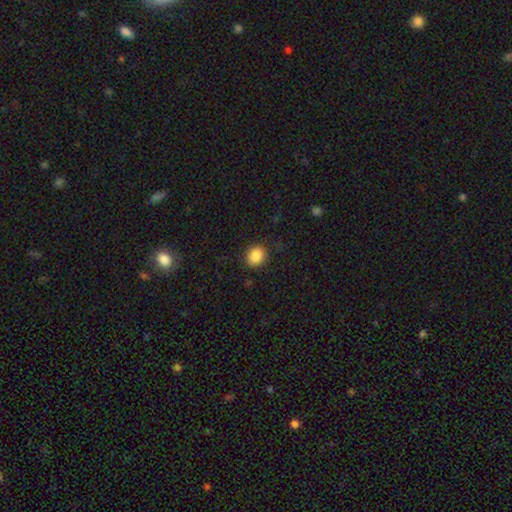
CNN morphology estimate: This is clearly a smooth galaxy (87%). How rounded: possibly round (58%). Merging: clearly none (87%).